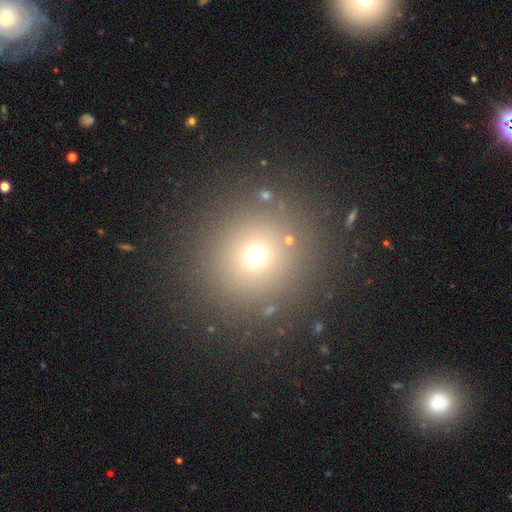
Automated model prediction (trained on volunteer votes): smooth-or-featured: smooth: 65% | star or artifact: 24% | featured or disk: 10%
  how-rounded: round: 93% | in between: 6% | cigar-shaped: 1%
  merging: none: 86% | minor disturbance: 6% | major disturbance: 4% | merger: 3%